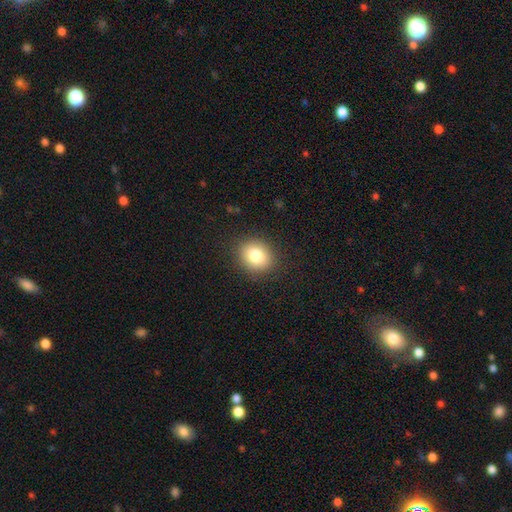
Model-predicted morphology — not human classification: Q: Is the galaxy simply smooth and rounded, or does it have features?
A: smooth — 81%.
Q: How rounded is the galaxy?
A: round — 64%.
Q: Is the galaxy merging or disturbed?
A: none — 89%.